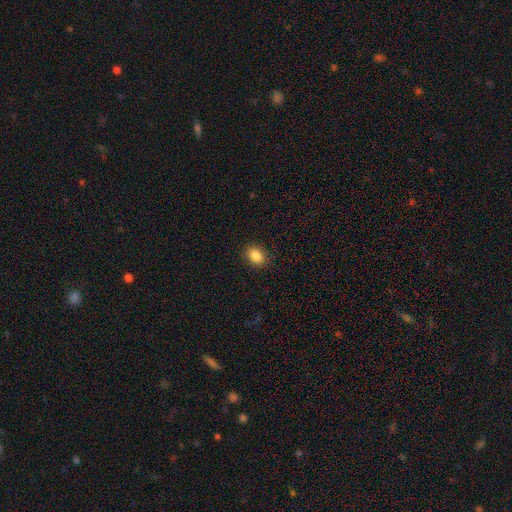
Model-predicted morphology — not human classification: Smooth or featured?
  - smooth: 86% *
  - star or artifact: 9%
  - featured or disk: 5%
How rounded?
  - in between: 69% *
  - round: 30%
  - cigar-shaped: 1%
Merging?
  - none: 89% *
  - minor disturbance: 8%
  - major disturbance: 2%
  - merger: 1%